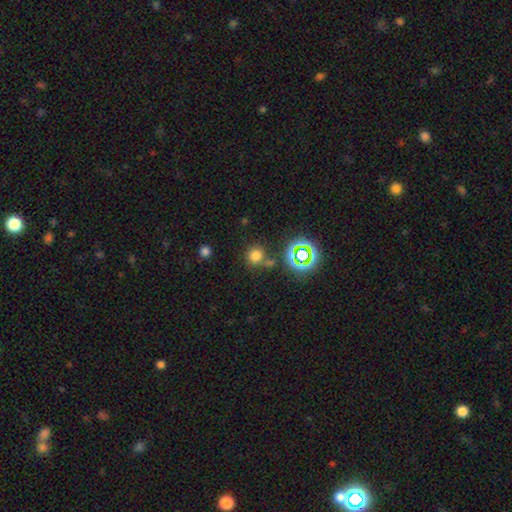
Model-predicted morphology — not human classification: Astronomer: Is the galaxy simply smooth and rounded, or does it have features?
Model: smooth — 70%.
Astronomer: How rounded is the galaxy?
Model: round — 89%.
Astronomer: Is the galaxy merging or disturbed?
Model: none — 71%.